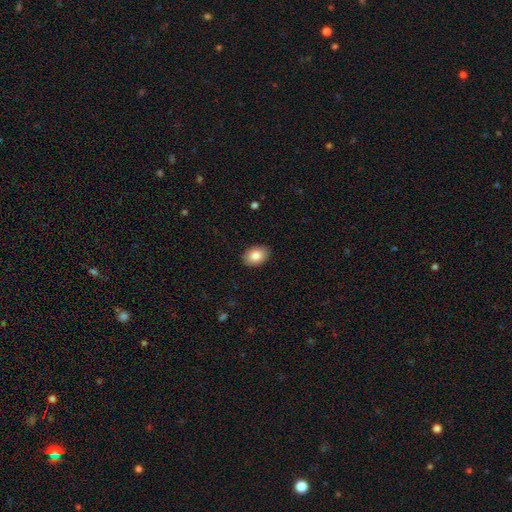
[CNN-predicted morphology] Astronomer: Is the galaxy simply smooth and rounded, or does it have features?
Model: smooth — 86%.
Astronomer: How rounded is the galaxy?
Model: in between — 78%.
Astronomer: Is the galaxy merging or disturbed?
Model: none — 89%.